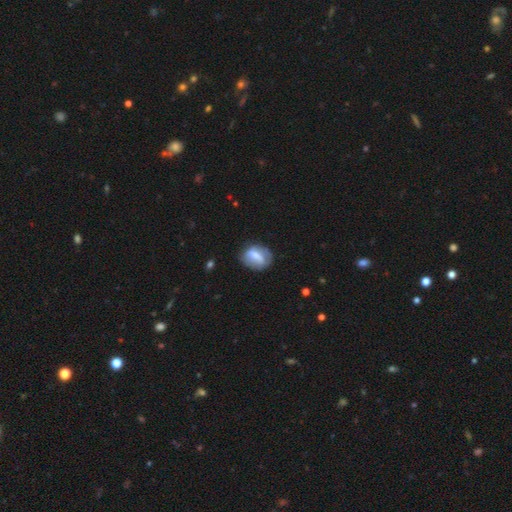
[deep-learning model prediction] Smooth or featured? Predicted: smooth (p=0.53). How rounded? Predicted: in between (p=0.70). Merging? Predicted: none (p=0.66).